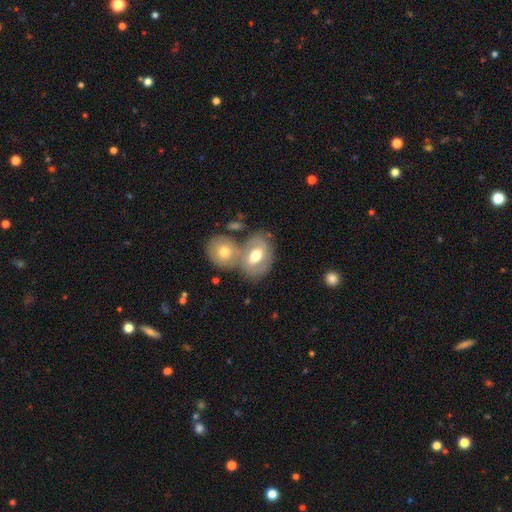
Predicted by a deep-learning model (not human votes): Smooth or featured? smooth (52%)
How rounded? in between (72%)
Merging? merger (48%)